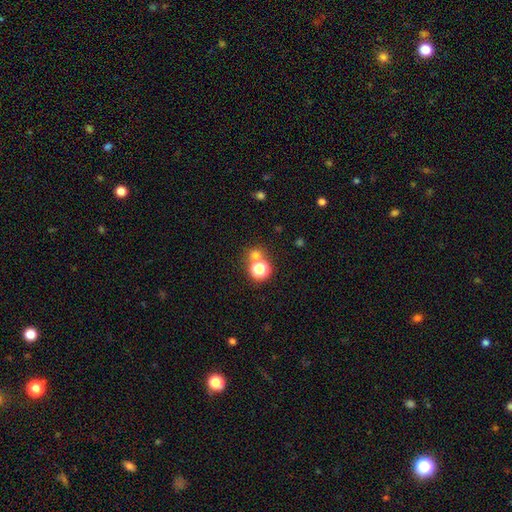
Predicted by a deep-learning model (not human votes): Smooth or featured? Predicted: smooth (p=0.66). How rounded? Predicted: round (p=0.87). Merging? Predicted: none (p=0.61).